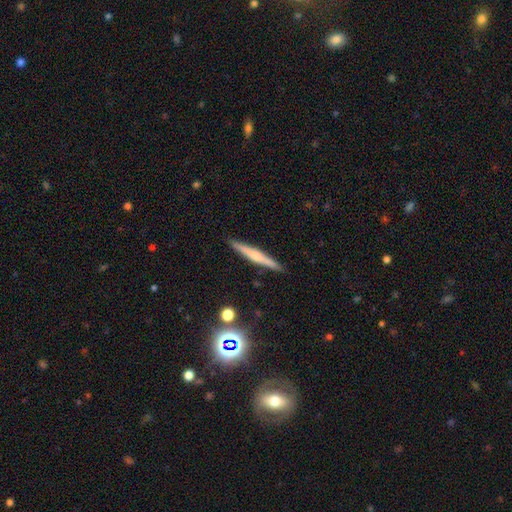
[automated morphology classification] The model was most divided on "smooth or featured": featured or disk: 54%, smooth: 37%, star or artifact: 8%. More confident: edge-on disk — yes (97%); merging — none (91%); edge-on bulge — rounded (59%).